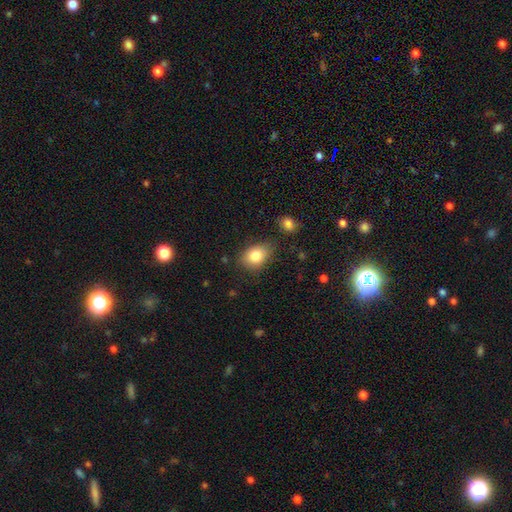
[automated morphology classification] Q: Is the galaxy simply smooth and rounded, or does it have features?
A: smooth — 82%.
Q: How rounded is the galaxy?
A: in between — 75%.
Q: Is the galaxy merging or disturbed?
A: none — 75%.